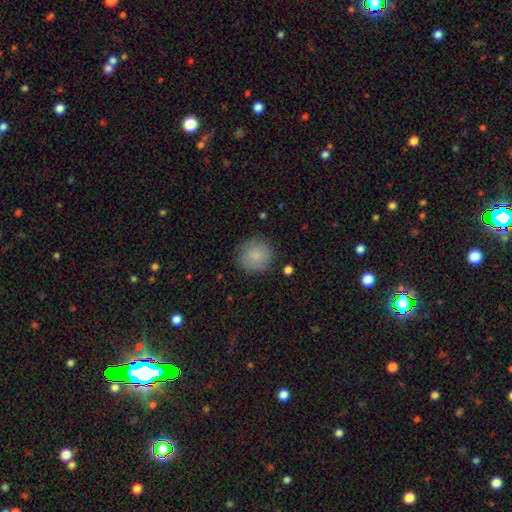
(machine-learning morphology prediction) smooth-or-featured: smooth: 85% | star or artifact: 7% | featured or disk: 7%
  how-rounded: round: 93% | in between: 6% | cigar-shaped: 1%
  merging: none: 85% | minor disturbance: 10% | major disturbance: 3% | merger: 1%